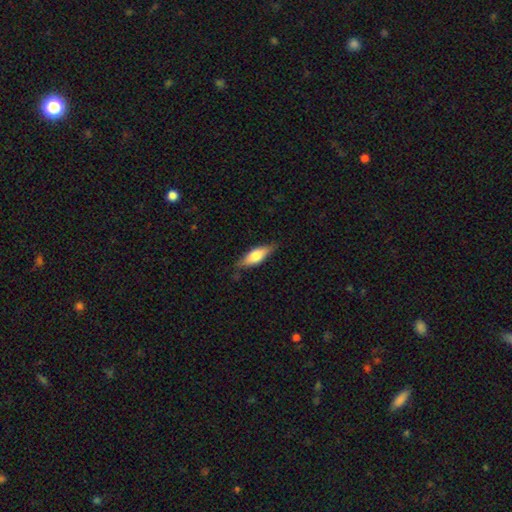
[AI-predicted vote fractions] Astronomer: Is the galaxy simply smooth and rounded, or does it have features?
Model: smooth — 59% (runner-up: featured or disk, 35%).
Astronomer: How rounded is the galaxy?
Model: in between — 59% (runner-up: cigar-shaped, 38%).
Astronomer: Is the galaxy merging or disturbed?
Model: none — 79%.